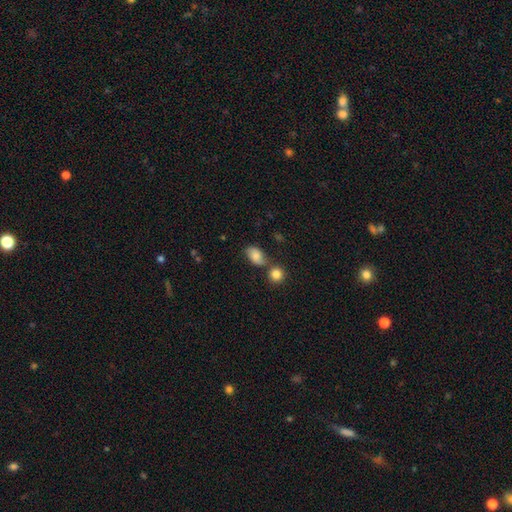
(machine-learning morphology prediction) Q: Smooth or featured?
A: smooth (82%); runner-up: featured or disk (9%)
Q: How rounded?
A: in between (85%); runner-up: round (13%)
Q: Merging?
A: none (54%); runner-up: merger (23%)